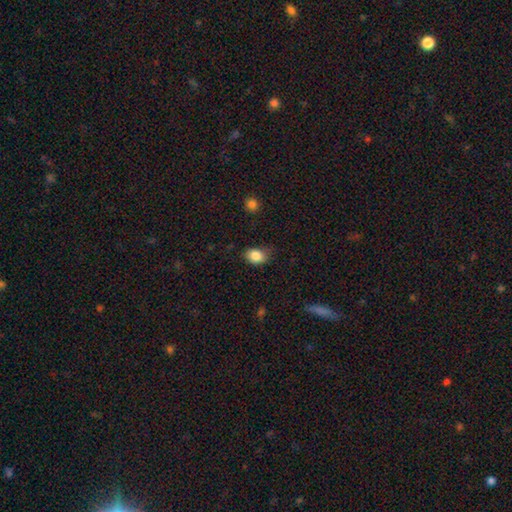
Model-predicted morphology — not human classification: smooth 86%, star or artifact 9%, featured or disk 5%. Down the decision tree: how rounded — in between (69%); merging — none (70%).